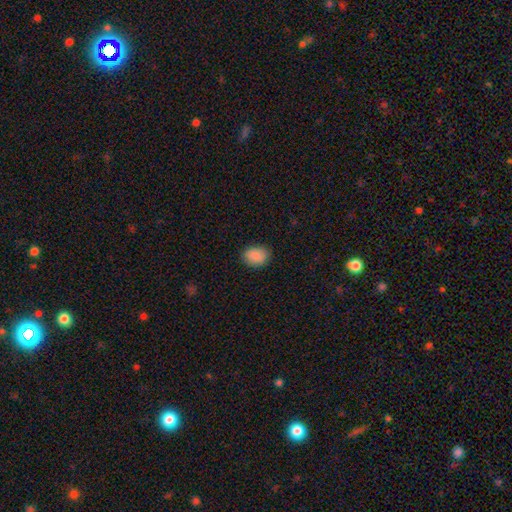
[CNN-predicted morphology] smooth 89%, star or artifact 8%, featured or disk 4%. Down the decision tree: how rounded — in between (66%); merging — none (86%).